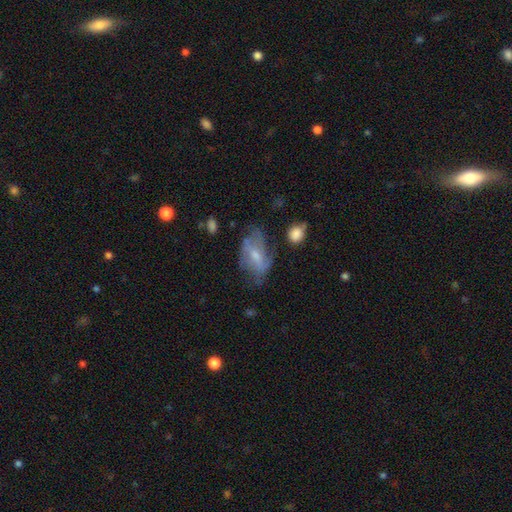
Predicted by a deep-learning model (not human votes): Smooth or featured? Predicted: featured or disk (p=0.56). Edge-on disk? Predicted: no (p=0.94). Bar? Predicted: no (p=0.45). Spiral arms? Predicted: yes (p=0.61). Bulge size? Predicted: moderate (p=0.44). Merging? Predicted: none (p=0.42).